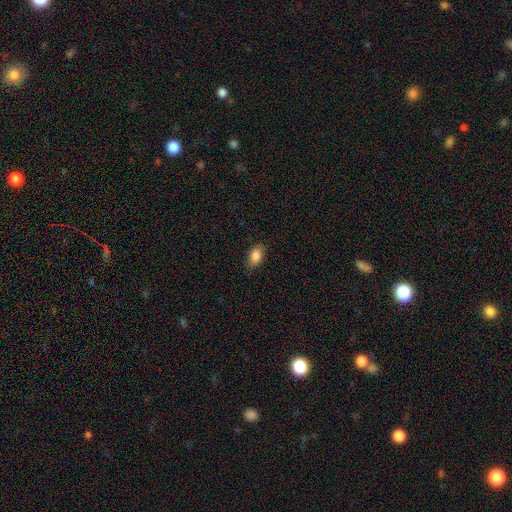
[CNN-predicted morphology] Overall: smooth (86%). How rounded: in between (89%). Merging: none (83%).